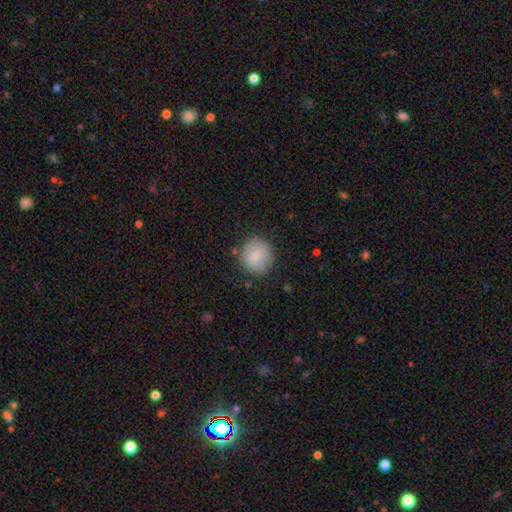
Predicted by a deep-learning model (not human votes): This is likely a smooth galaxy (78%). How rounded: clearly round (86%). Merging: clearly none (83%).